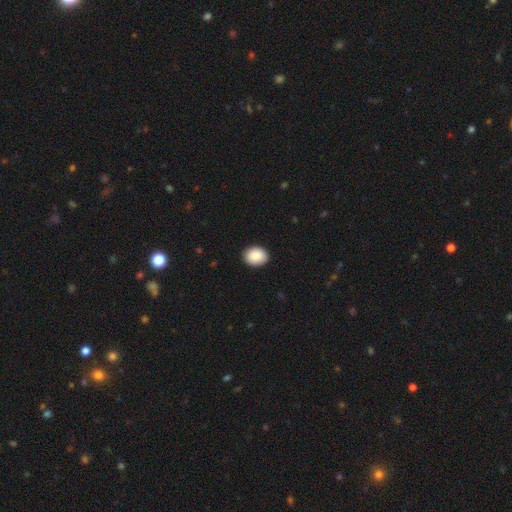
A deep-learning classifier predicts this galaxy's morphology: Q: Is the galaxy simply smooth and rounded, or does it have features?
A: smooth — 85%.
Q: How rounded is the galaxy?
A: in between — 54%.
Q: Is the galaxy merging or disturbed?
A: none — 91%.